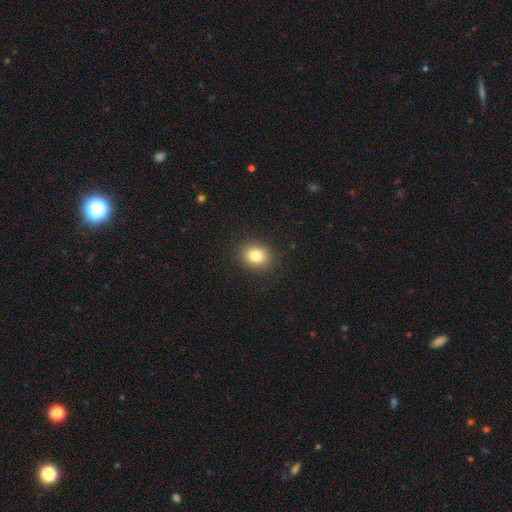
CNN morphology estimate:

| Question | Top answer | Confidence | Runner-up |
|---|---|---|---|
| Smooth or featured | smooth | 82% | star or artifact (11%) |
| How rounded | round | 64% | in between (35%) |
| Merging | none | 89% | minor disturbance (7%) |